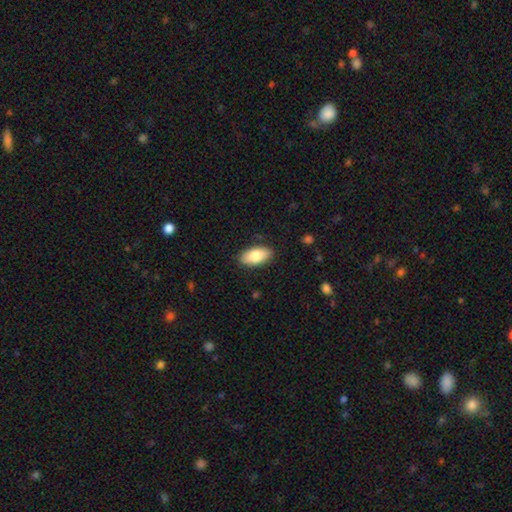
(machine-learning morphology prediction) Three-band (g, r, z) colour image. It shows a smooth galaxy with no disk features (82%) that is in between round and cigar-shaped (93%). Merging: none (86%).